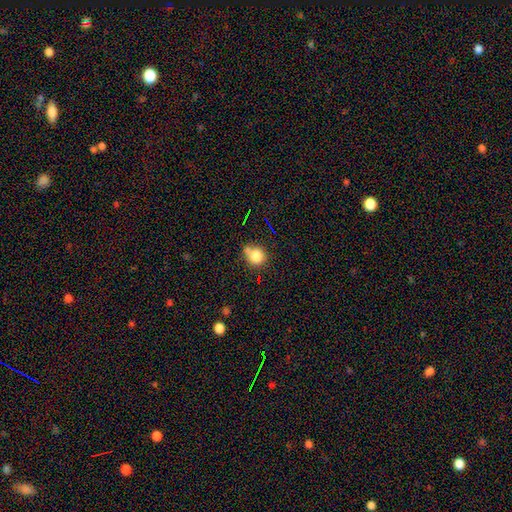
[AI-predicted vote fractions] Q: Smooth or featured?
A: smooth (80%); runner-up: star or artifact (11%)
Q: How rounded?
A: round (84%); runner-up: in between (15%)
Q: Merging?
A: none (58%); runner-up: minor disturbance (19%)